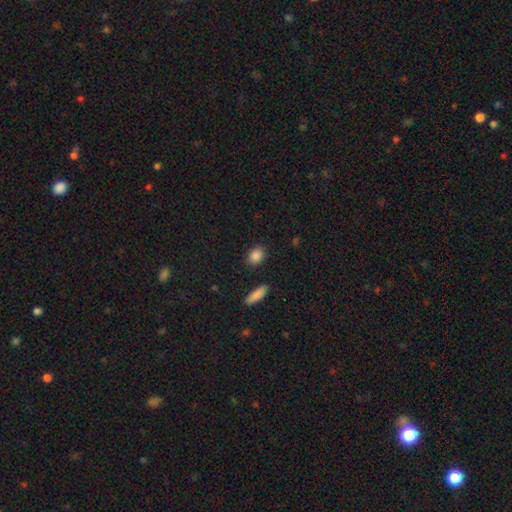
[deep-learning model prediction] smooth 86%, star or artifact 9%, featured or disk 5%. Down the decision tree: how rounded — round (49%); merging — none (87%).